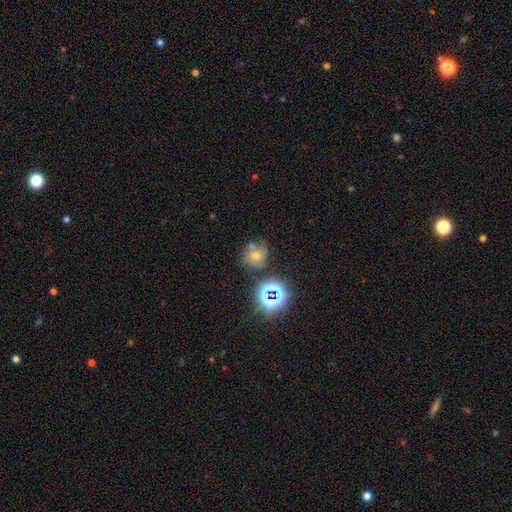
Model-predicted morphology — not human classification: Smooth or featured? Predicted: star or artifact (p=0.40).